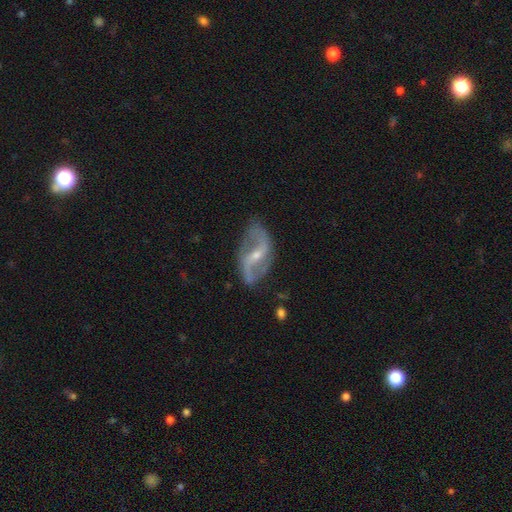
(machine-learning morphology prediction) featured or disk 88%, smooth 7%, star or artifact 5%. Down the decision tree: edge-on disk — no (96%); bar — weak (42%); spiral arms — yes (94%); spiral arm count — 2 (92%); spiral winding — loose (62%); bulge size — small (61%); merging — none (75%).